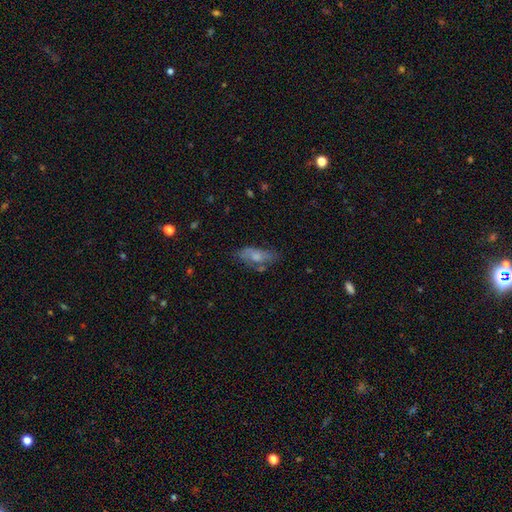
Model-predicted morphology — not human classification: smooth 59%, featured or disk 33%, star or artifact 9%. Down the decision tree: how rounded — in between (76%); merging — none (53%).